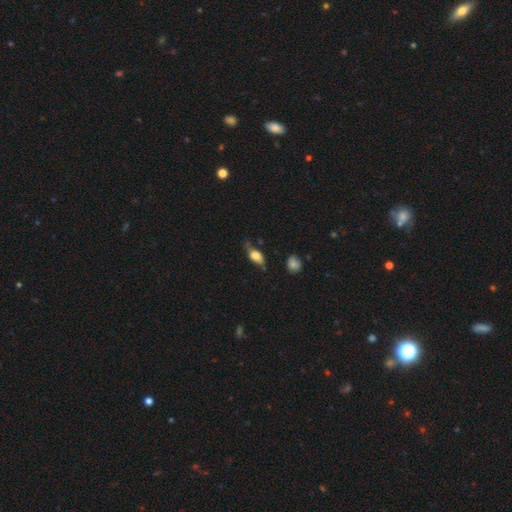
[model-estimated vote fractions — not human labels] Morphology: type=smooth (63%); roundness=in between (78%); merging=none (50%).